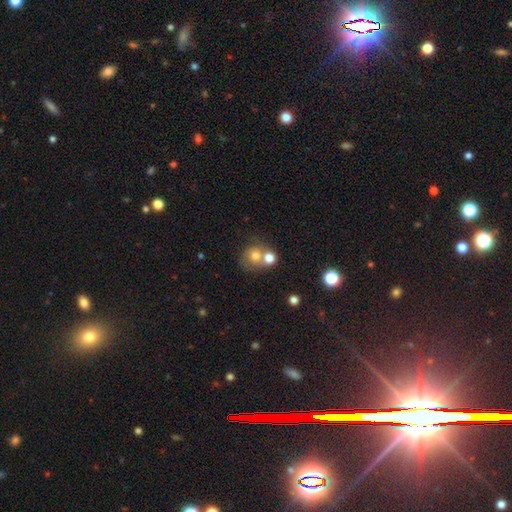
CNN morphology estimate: smooth-or-featured: smooth: 70% | featured or disk: 20% | star or artifact: 11%
  how-rounded: round: 77% | in between: 22% | cigar-shaped: 1%
  merging: merger: 48% | none: 35% | minor disturbance: 11% | major disturbance: 6%